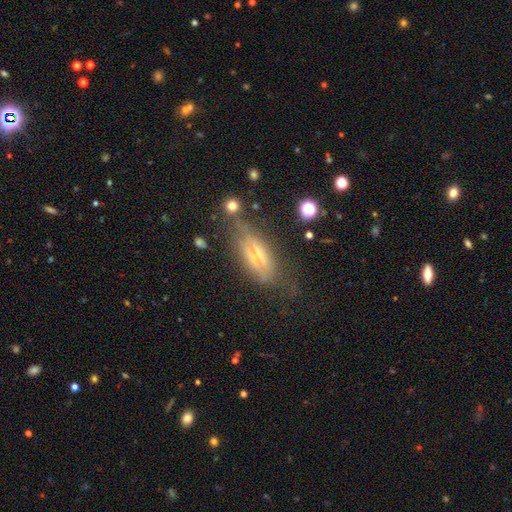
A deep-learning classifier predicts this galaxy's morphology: Overall: featured or disk (60%; smooth 27%). Edge-on disk: yes (79%). Merging: none (60%; minor disturbance 22%).